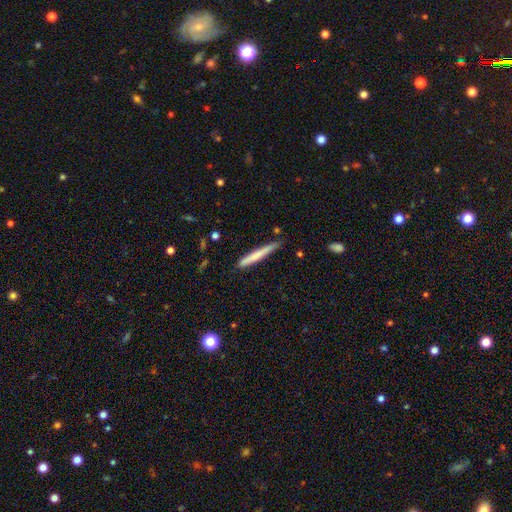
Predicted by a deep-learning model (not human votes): Smooth or featured? Predicted: smooth (p=0.68). How rounded? Predicted: cigar-shaped (p=0.96). Merging? Predicted: none (p=0.81).